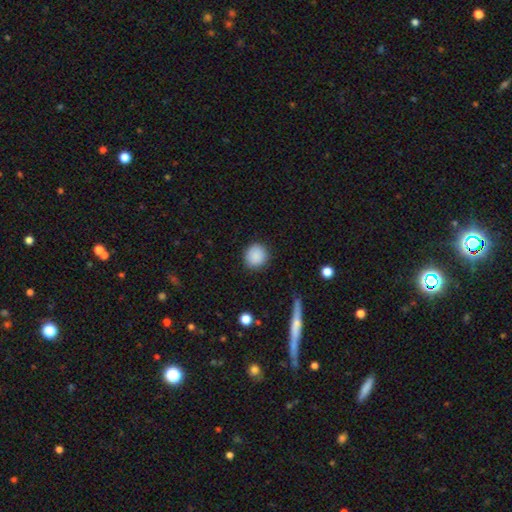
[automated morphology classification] Smooth or featured?
  - smooth: 89% *
  - star or artifact: 8%
  - featured or disk: 4%
How rounded?
  - round: 90% *
  - in between: 9%
  - cigar-shaped: 1%
Merging?
  - none: 89% *
  - minor disturbance: 7%
  - major disturbance: 2%
  - merger: 1%